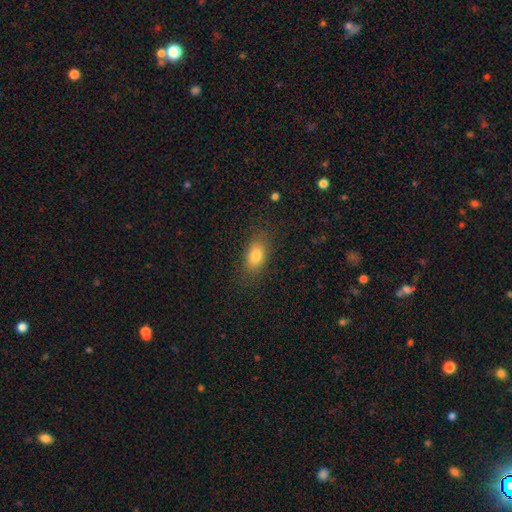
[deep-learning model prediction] A smooth galaxy with no disk features (81%) that is in between round and cigar-shaped (85%).

Vote fractions:
- Smooth or featured? smooth: 81% / featured or disk: 10% / star or artifact: 9%
- How rounded? in between: 85% / round: 10% / cigar-shaped: 5%
- Merging? none: 82% / minor disturbance: 12% / major disturbance: 4% / merger: 1%